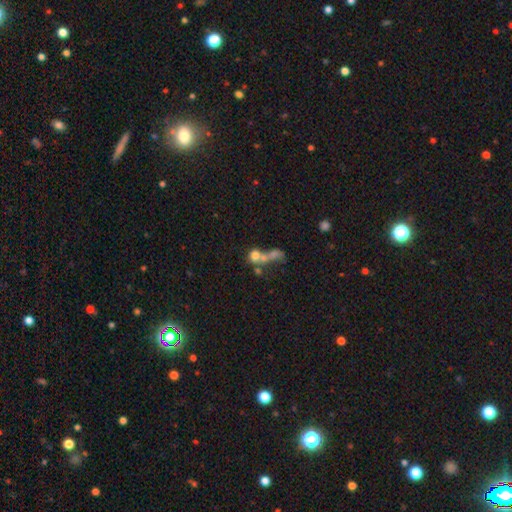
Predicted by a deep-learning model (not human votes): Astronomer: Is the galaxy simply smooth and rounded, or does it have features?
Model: smooth — 61%.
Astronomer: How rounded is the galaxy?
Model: round — 69%.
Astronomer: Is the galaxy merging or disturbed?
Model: merger — 59%.